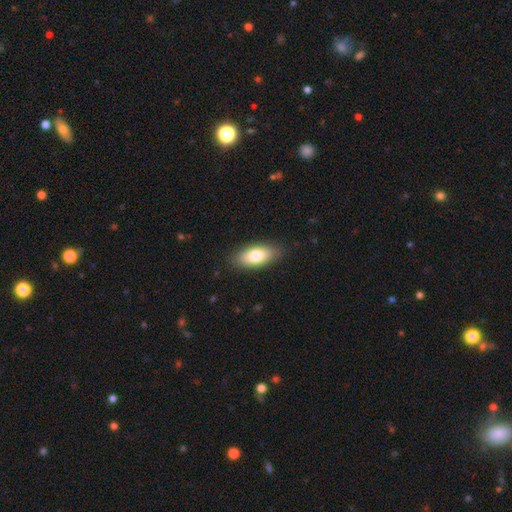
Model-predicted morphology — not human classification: This is likely a smooth galaxy (77%). How rounded: clearly in between (85%). Merging: clearly none (86%).